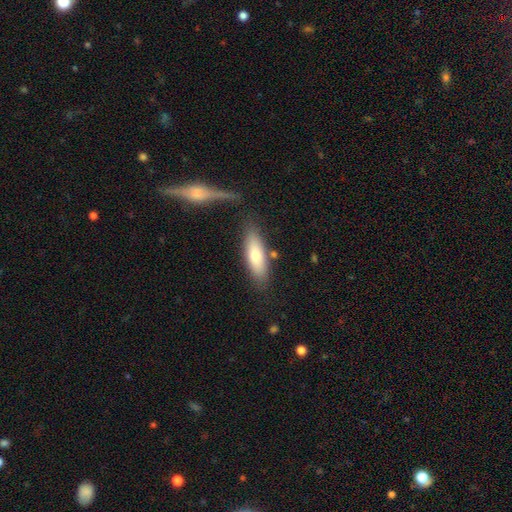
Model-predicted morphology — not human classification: Smooth or featured?
  - smooth: 68% *
  - featured or disk: 25%
  - star or artifact: 7%
How rounded?
  - in between: 54% *
  - cigar-shaped: 44%
  - round: 2%
Merging?
  - none: 73% *
  - minor disturbance: 14%
  - merger: 9%
  - major disturbance: 4%